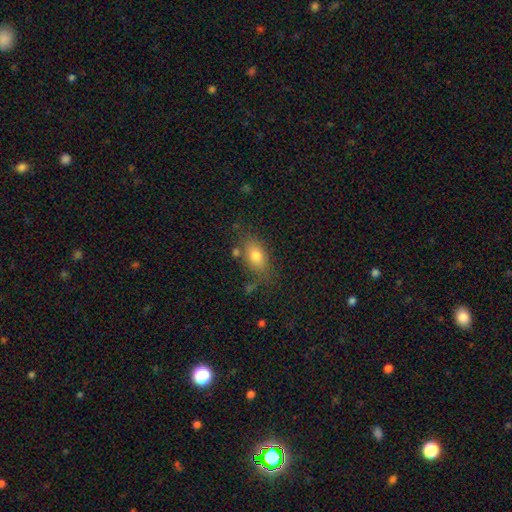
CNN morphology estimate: Q: Smooth or featured?
A: smooth (76%); runner-up: featured or disk (14%)
Q: How rounded?
A: in between (83%); runner-up: round (11%)
Q: Merging?
A: none (73%); runner-up: minor disturbance (16%)